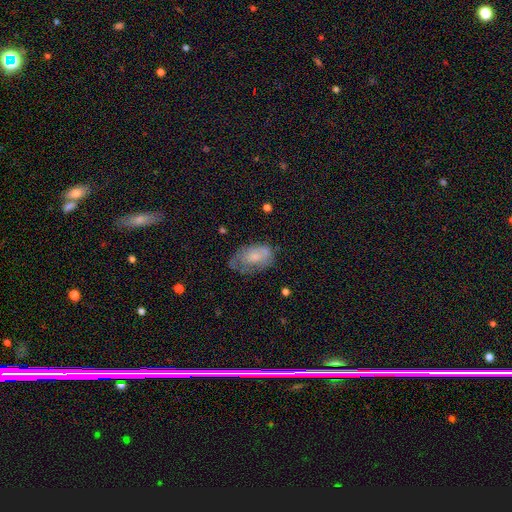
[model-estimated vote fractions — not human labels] Smooth or featured? smooth (55%)
How rounded? in between (91%)
Merging? none (48%)